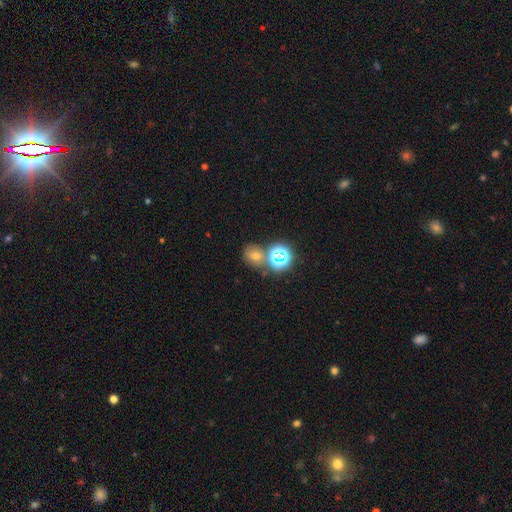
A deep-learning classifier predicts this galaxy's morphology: This appears to be a smooth galaxy with no disk features (49%). Merging: none (64%).